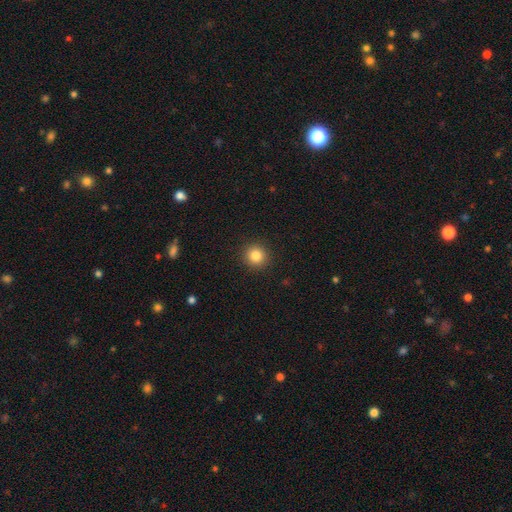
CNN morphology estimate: Smooth or featured?
  - smooth: 84% *
  - star or artifact: 11%
  - featured or disk: 5%
How rounded?
  - round: 94% *
  - in between: 5%
  - cigar-shaped: 1%
Merging?
  - none: 92% *
  - minor disturbance: 5%
  - major disturbance: 2%
  - merger: 1%